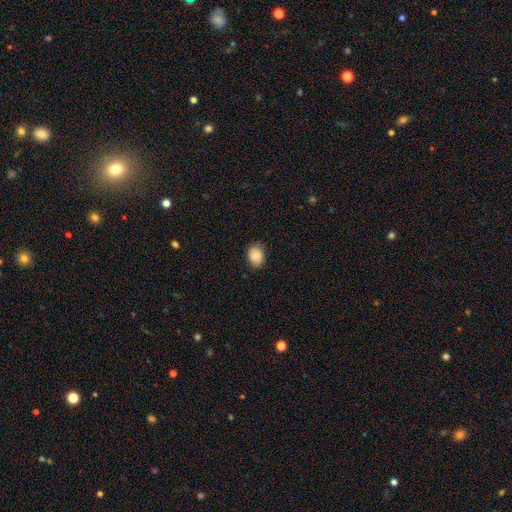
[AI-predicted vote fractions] This is clearly a smooth galaxy (87%). How rounded: possibly in between (57%). Merging: likely none (79%).